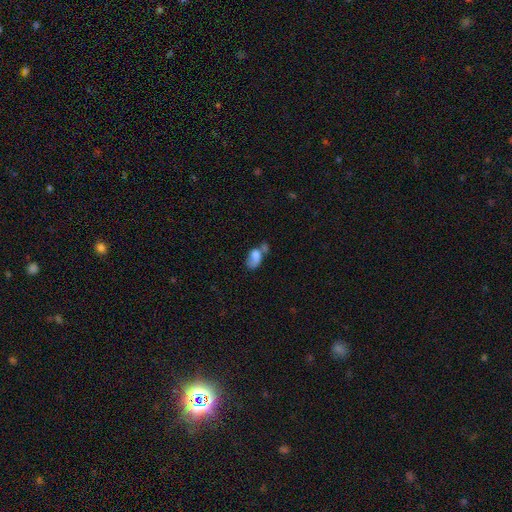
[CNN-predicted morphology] A smooth galaxy with no disk features (68%) that is in between round and cigar-shaped (87%). Merging: merger (43%).